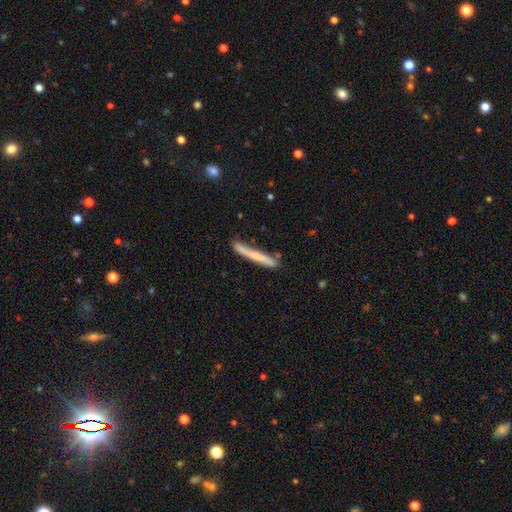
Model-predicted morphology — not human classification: smooth 60%, featured or disk 34%, star or artifact 6%. Down the decision tree: how rounded — cigar-shaped (96%); merging — none (73%).